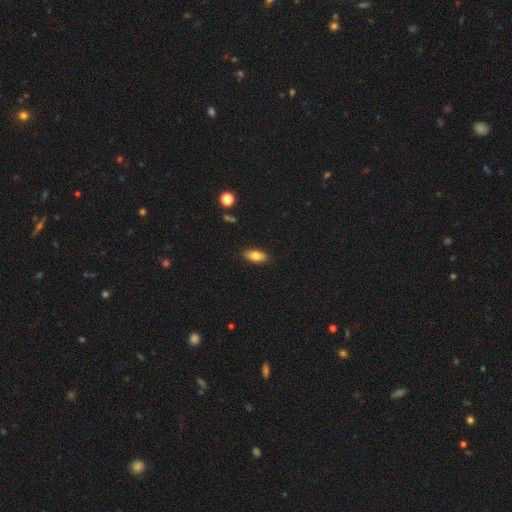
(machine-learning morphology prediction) smooth 79%, featured or disk 13%, star or artifact 8%. Down the decision tree: how rounded — in between (88%); merging — none (88%).